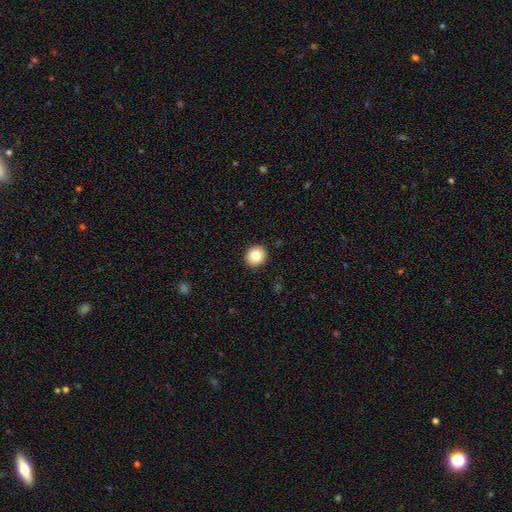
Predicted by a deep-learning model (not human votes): Smooth or featured?
  - smooth: 82% *
  - star or artifact: 10%
  - featured or disk: 8%
How rounded?
  - round: 80% *
  - in between: 19%
  - cigar-shaped: 1%
Merging?
  - none: 92% *
  - minor disturbance: 5%
  - major disturbance: 2%
  - merger: 1%